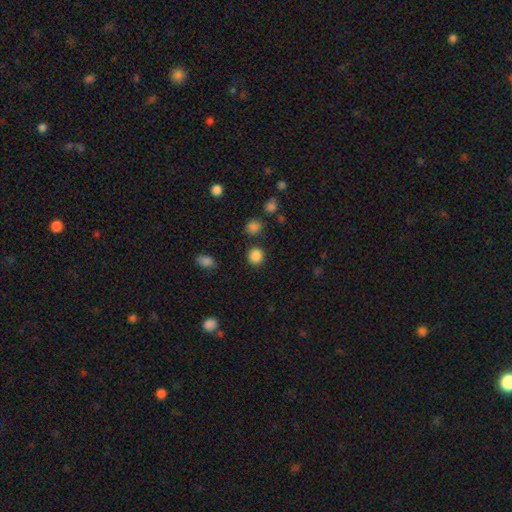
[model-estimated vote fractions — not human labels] The model was most divided on "smooth or featured": smooth: 86%, star or artifact: 11%, featured or disk: 3%. More confident: how rounded — round (89%); merging — none (87%).